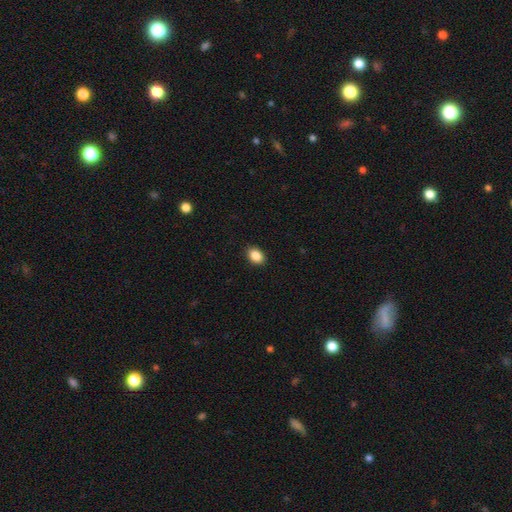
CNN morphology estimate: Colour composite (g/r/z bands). It shows a smooth galaxy with no disk features (88%) that is in between round and cigar-shaped (77%). Merging: none (90%).